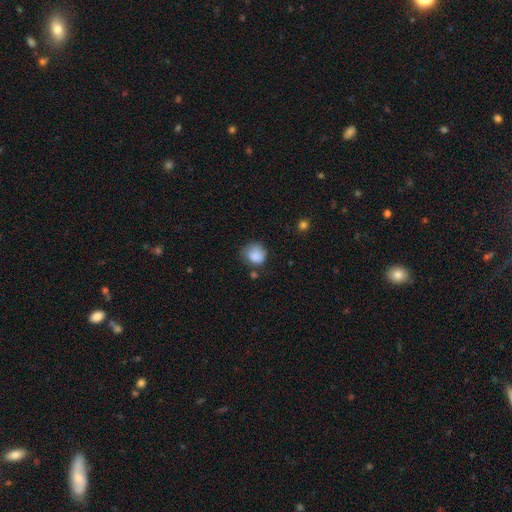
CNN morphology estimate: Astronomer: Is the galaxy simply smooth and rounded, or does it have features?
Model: smooth — 86%.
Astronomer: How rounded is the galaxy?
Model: round — 82%.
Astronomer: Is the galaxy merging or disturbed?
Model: none — 57%.